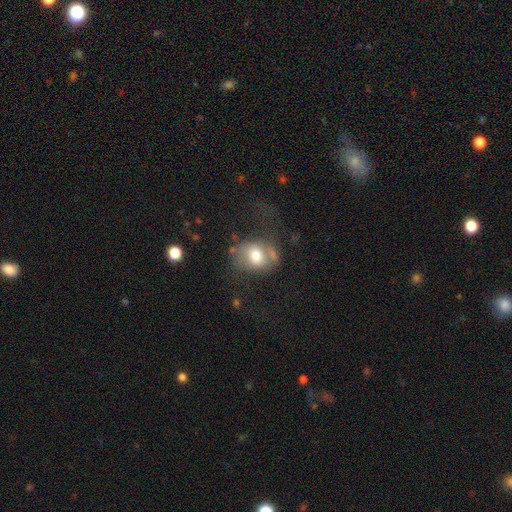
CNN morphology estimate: A smooth galaxy with no disk features (63%) that is in between round and cigar-shaped (55%). Merging: none (39%).